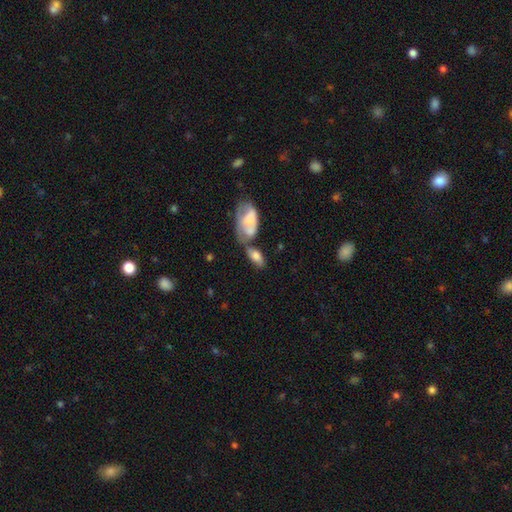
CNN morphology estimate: smooth_or_featured: smooth (p=0.67) [alt: featured or disk p=0.26]
how_rounded: in between (p=0.88) [alt: cigar-shaped p=0.08]
merging: merger (p=0.45) [alt: none p=0.31]